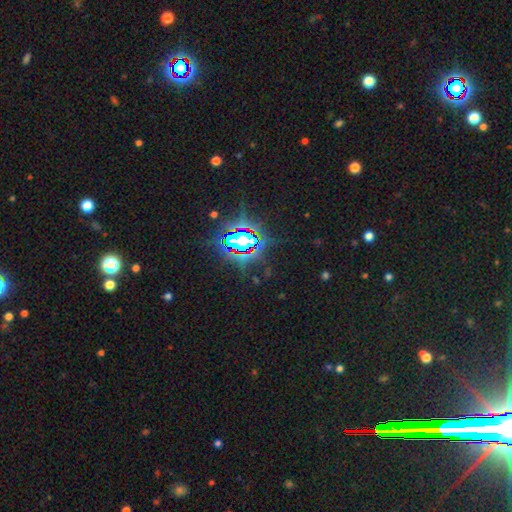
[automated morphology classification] smooth-or-featured: star or artifact: 84% | smooth: 10% | featured or disk: 7%